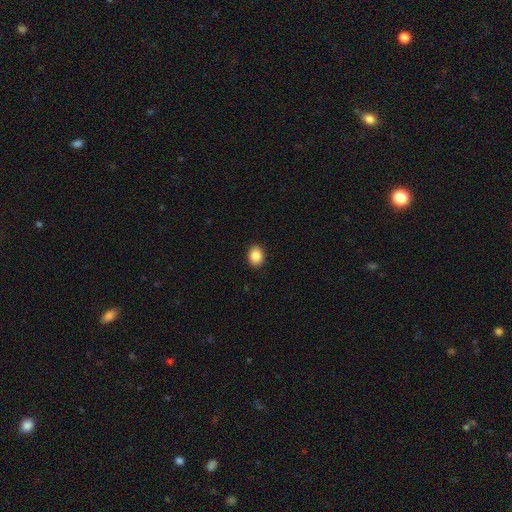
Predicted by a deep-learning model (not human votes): Smooth or featured: smooth — 88% (star or artifact — 8%)
How rounded: in between — 53% (round — 46%)
Merging: none — 91% (minor disturbance — 7%)